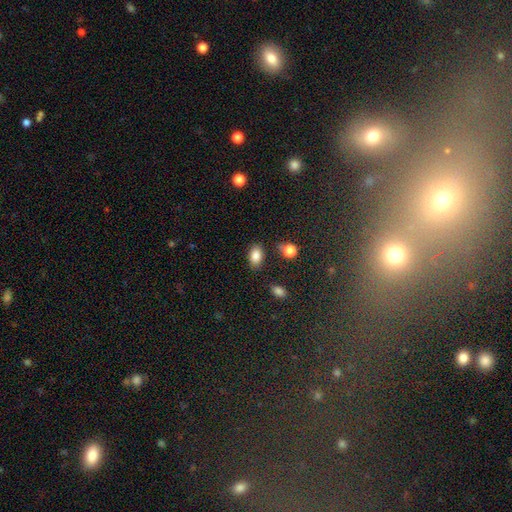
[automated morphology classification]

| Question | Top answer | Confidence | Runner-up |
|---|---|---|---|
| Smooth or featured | smooth | 85% | star or artifact (9%) |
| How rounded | in between | 88% | round (10%) |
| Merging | none | 81% | minor disturbance (12%) |